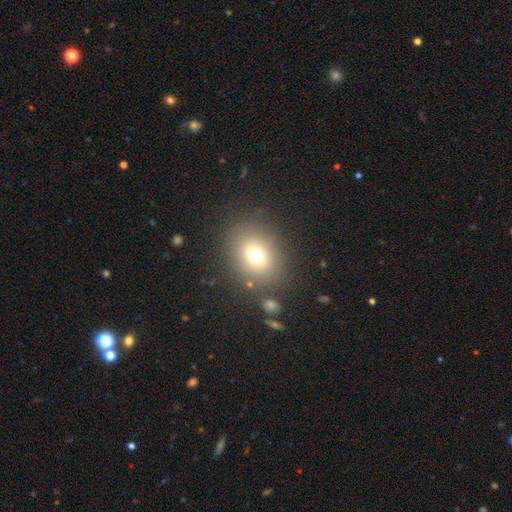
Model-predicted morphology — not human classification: A smooth galaxy with no disk features (71%) that is round (70%).

Vote fractions:
- Smooth or featured? smooth: 71% / star or artifact: 17% / featured or disk: 12%
- How rounded? round: 70% / in between: 29% / cigar-shaped: 1%
- Merging? none: 80% / minor disturbance: 10% / major disturbance: 6% / merger: 4%